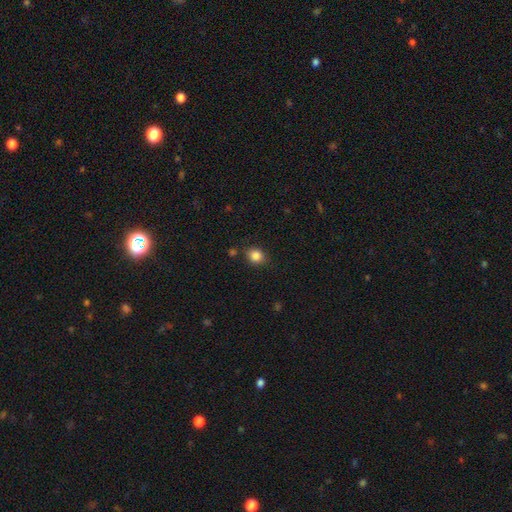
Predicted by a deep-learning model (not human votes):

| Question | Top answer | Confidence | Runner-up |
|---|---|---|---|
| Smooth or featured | smooth | 85% | star or artifact (11%) |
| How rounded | round | 65% | in between (34%) |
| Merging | none | 81% | minor disturbance (12%) |